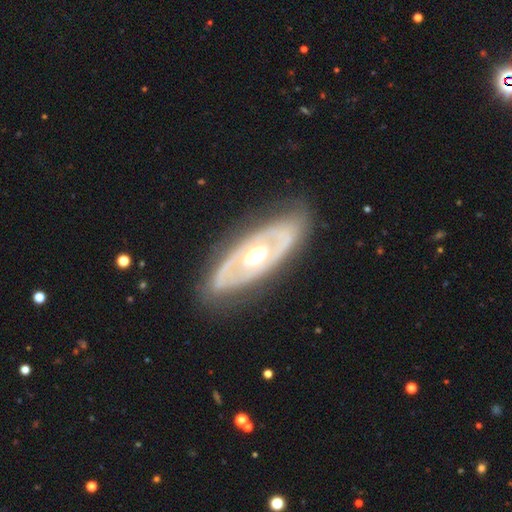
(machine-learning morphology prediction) smooth_or_featured: featured or disk (p=0.74) [alt: smooth p=0.21]
disk_edge_on: no (p=0.83) [alt: yes p=0.17]
bar: no (p=0.85) [alt: weak p=0.10]
has_spiral_arms: no (p=0.75) [alt: yes p=0.25]
bulge_size: moderate (p=0.60) [alt: large p=0.33]
merging: none (p=0.81) [alt: minor disturbance p=0.12]